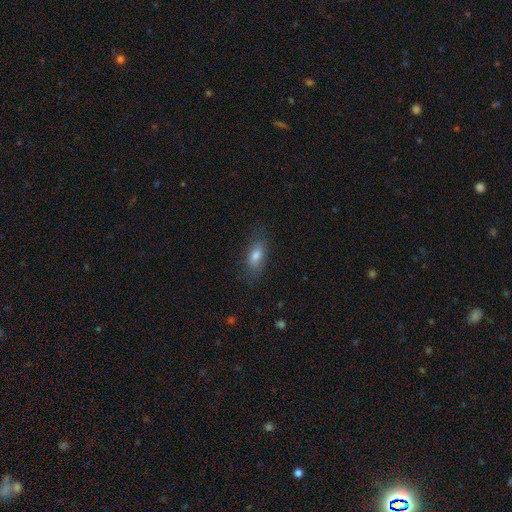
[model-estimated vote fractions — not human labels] Q: Smooth or featured?
A: smooth (74%); runner-up: featured or disk (17%)
Q: How rounded?
A: in between (77%); runner-up: cigar-shaped (17%)
Q: Merging?
A: none (75%); runner-up: minor disturbance (17%)